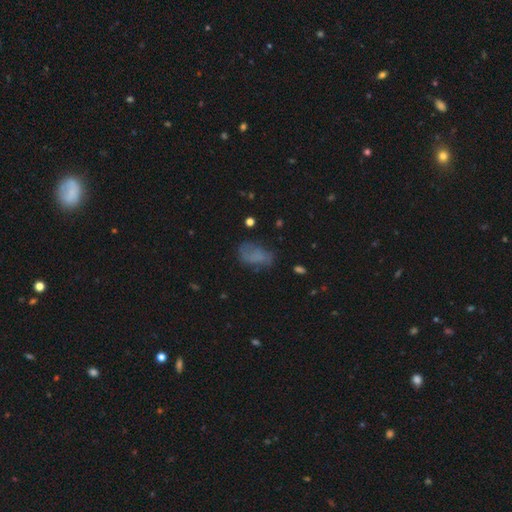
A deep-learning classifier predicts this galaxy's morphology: Smooth or featured?
  - smooth: 60% *
  - featured or disk: 26%
  - star or artifact: 14%
How rounded?
  - in between: 87% *
  - round: 9%
  - cigar-shaped: 3%
Merging?
  - none: 49% *
  - minor disturbance: 29%
  - major disturbance: 19%
  - merger: 3%